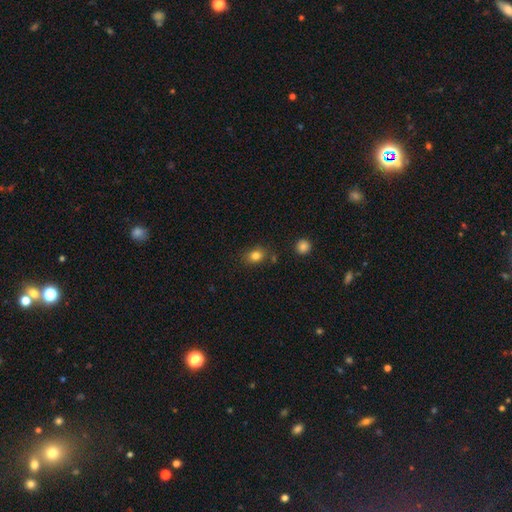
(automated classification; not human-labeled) Smooth or featured: smooth — 82% (star or artifact — 11%)
How rounded: in between — 59% (round — 40%)
Merging: none — 80% (minor disturbance — 13%)